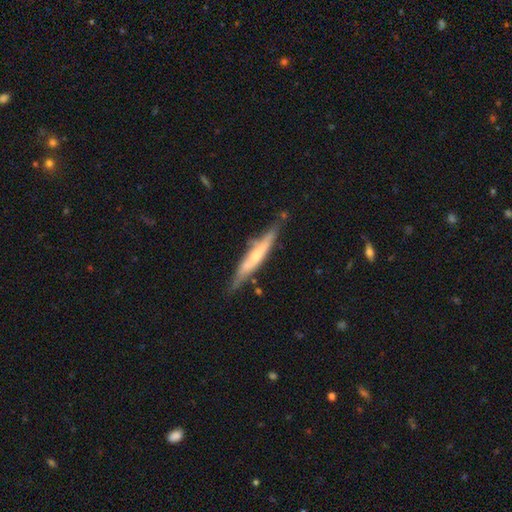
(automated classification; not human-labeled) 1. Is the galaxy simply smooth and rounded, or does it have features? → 54% featured or disk, 41% smooth, 6% star or artifact.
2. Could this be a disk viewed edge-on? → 90% yes, 10% no.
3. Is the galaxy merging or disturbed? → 71% none, 21% minor disturbance, 5% merger, 4% major disturbance.